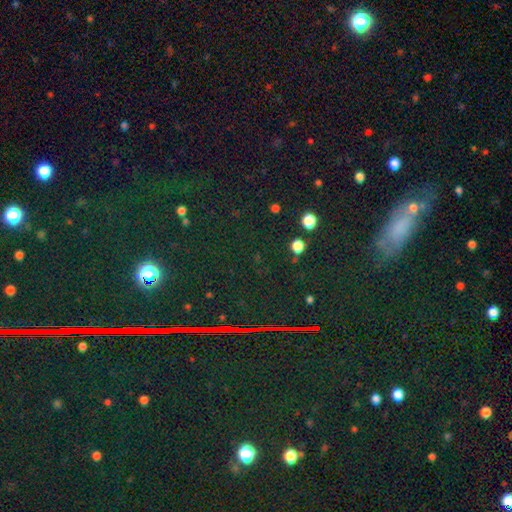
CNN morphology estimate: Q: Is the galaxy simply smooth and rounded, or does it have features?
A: star or artifact — 76%.